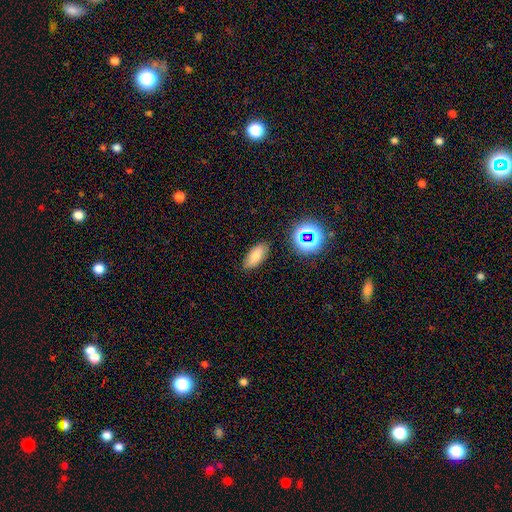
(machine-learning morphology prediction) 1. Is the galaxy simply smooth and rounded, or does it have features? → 75% smooth, 14% star or artifact, 11% featured or disk.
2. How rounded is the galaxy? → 84% in between, 12% cigar-shaped, 4% round.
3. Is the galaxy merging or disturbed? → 83% none, 12% minor disturbance, 3% major disturbance, 3% merger.